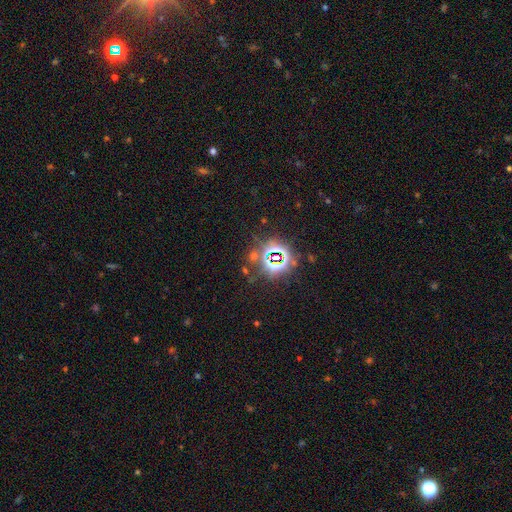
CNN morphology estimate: Overall: star or artifact (81%).